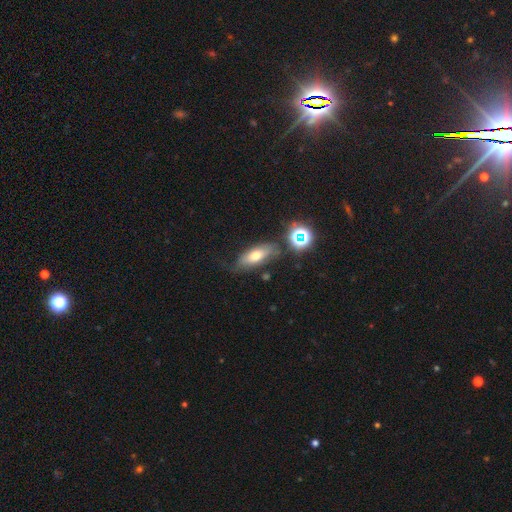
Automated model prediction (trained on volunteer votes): Smooth or featured?
  - smooth: 62% *
  - featured or disk: 23%
  - star or artifact: 14%
How rounded?
  - in between: 74% *
  - cigar-shaped: 20%
  - round: 6%
Merging?
  - none: 64% *
  - minor disturbance: 21%
  - major disturbance: 8%
  - merger: 6%